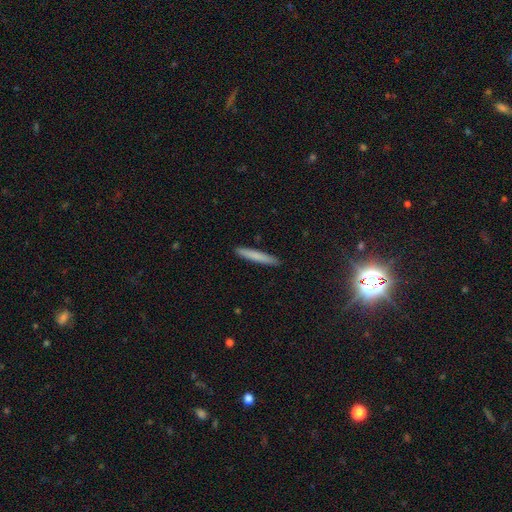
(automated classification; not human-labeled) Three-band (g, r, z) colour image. It shows a smooth galaxy with no disk features (78%) that is cigar-shaped (96%). Merging: none (92%).